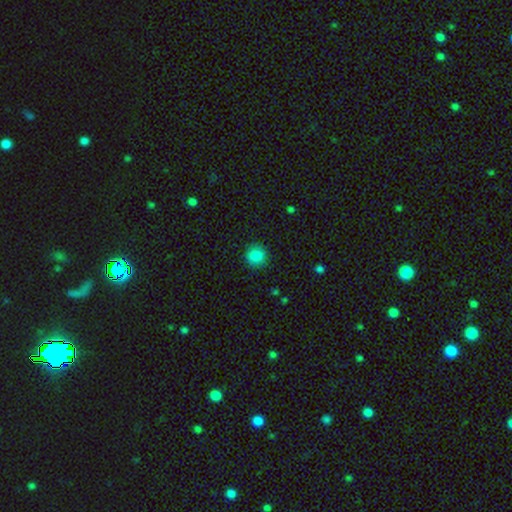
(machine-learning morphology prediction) This is clearly a smooth galaxy (86%). How rounded: clearly round (88%). Merging: clearly none (90%).